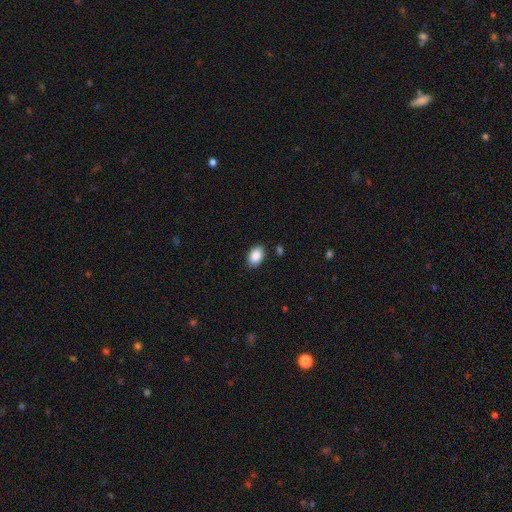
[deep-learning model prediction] This is clearly a smooth galaxy (89%). How rounded: clearly in between (86%). Merging: clearly none (86%).